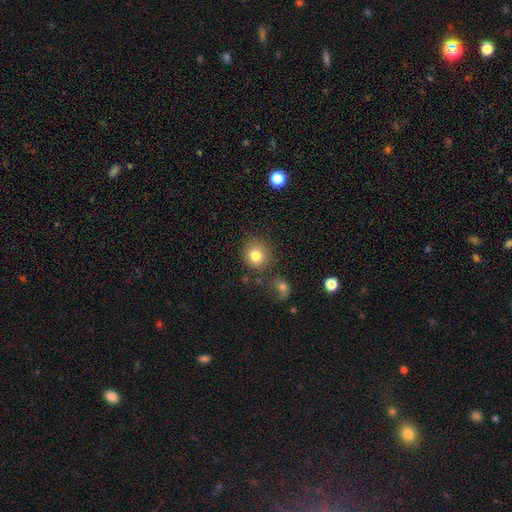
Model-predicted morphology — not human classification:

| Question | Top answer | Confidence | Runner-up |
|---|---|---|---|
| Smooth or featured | smooth | 82% | star or artifact (11%) |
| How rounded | round | 87% | in between (12%) |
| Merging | none | 80% | minor disturbance (10%) |